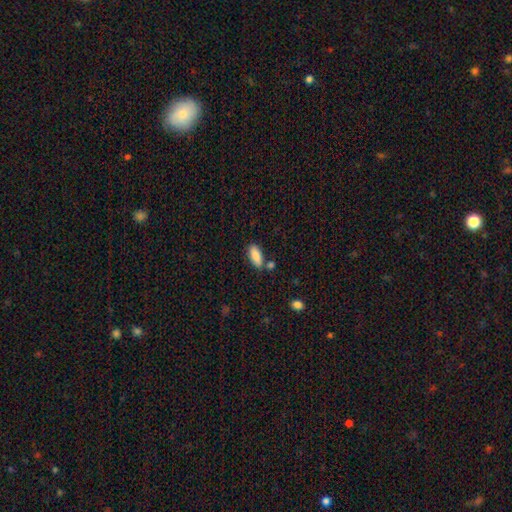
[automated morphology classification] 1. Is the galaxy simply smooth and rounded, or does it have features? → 85% smooth, 8% featured or disk, 7% star or artifact.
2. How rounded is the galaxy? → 78% in between, 20% cigar-shaped, 2% round.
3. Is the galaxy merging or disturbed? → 74% none, 13% minor disturbance, 10% merger, 3% major disturbance.